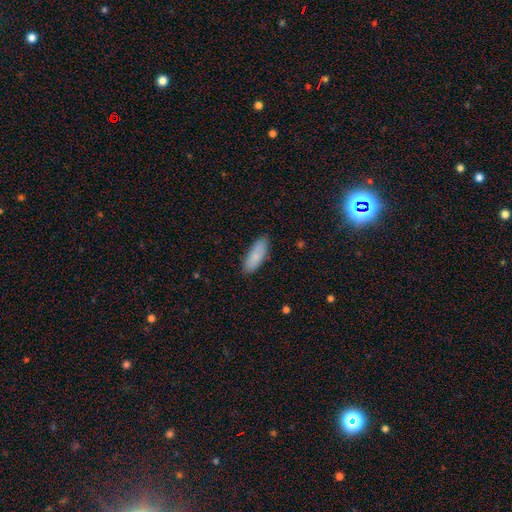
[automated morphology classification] smooth-or-featured: smooth: 87% | featured or disk: 7% | star or artifact: 6%
  how-rounded: in between: 68% | cigar-shaped: 30% | round: 2%
  merging: none: 86% | minor disturbance: 11% | major disturbance: 2% | merger: 1%